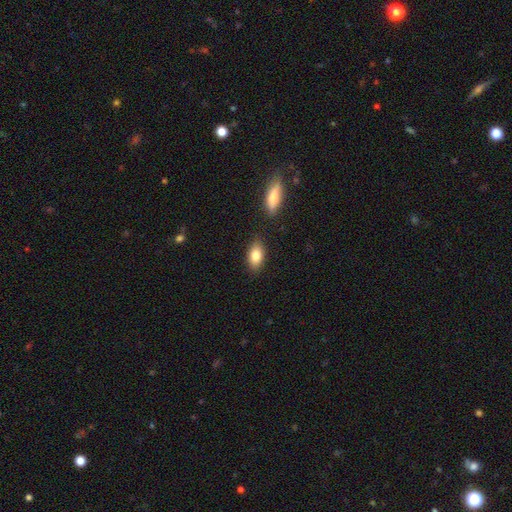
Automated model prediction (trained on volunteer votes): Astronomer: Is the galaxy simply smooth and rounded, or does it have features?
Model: smooth — 82%.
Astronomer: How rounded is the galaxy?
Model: in between — 89%.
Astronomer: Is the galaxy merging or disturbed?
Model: none — 82%.